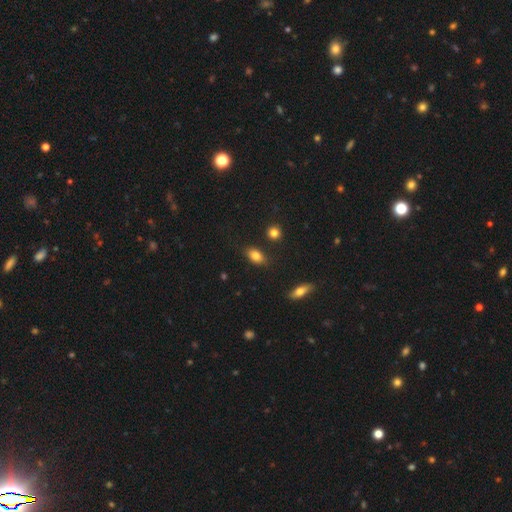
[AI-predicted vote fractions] Smooth or featured? Predicted: smooth (p=0.83). How rounded? Predicted: in between (p=0.84). Merging? Predicted: none (p=0.81).